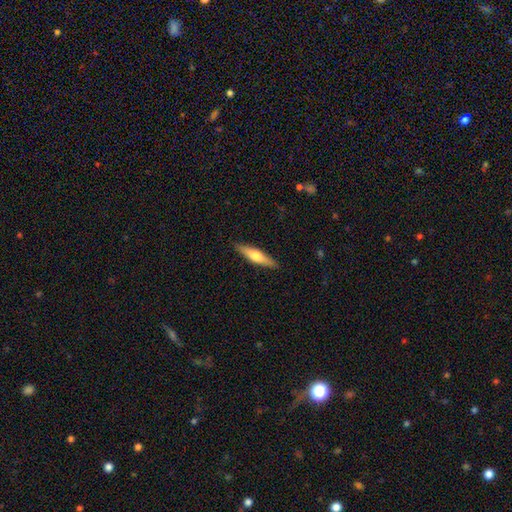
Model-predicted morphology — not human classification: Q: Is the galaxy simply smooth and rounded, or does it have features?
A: featured or disk — 47%, tied with smooth.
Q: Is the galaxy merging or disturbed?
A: none — 90%.